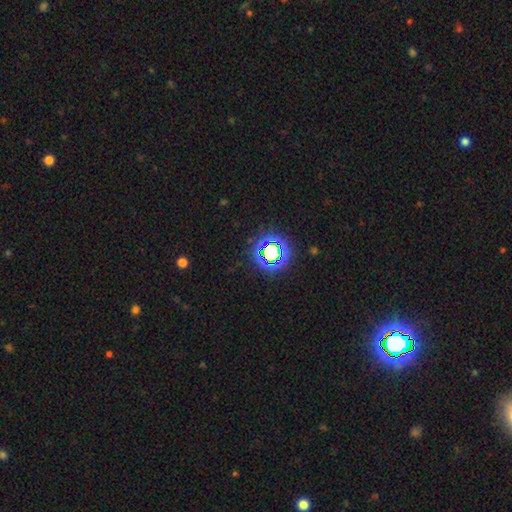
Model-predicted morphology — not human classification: This appears to be a star or artifact, not a galaxy (79%).